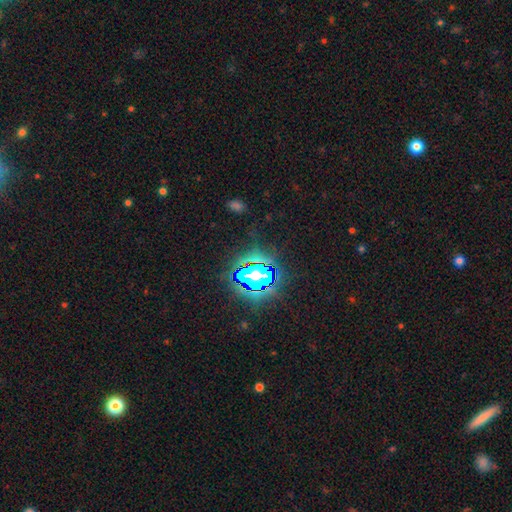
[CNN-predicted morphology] Smooth or featured?
  - star or artifact: 81% *
  - smooth: 11%
  - featured or disk: 7%